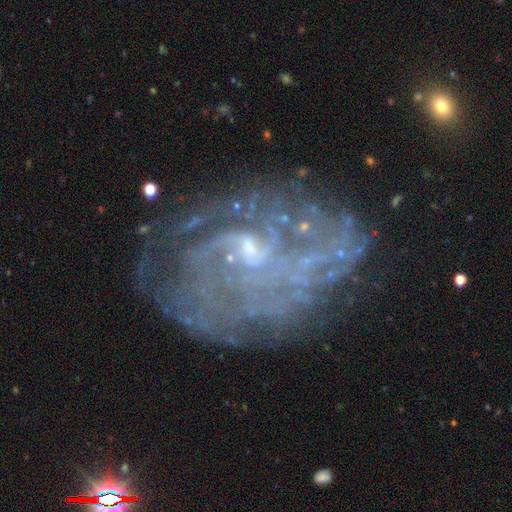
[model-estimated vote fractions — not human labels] Smooth or featured: featured or disk — 79% (star or artifact — 11%)
Edge-on disk: no — 97% (yes — 3%)
Bar: no — 62% (weak — 31%)
Spiral arms: yes — 75% (no — 25%)
Spiral winding: tight — 56% (medium — 29%)
Spiral arm count: can't tell — 54% (2 — 13%)
Bulge size: small — 63% (moderate — 20%)
Merging: none — 58% (minor disturbance — 21%)